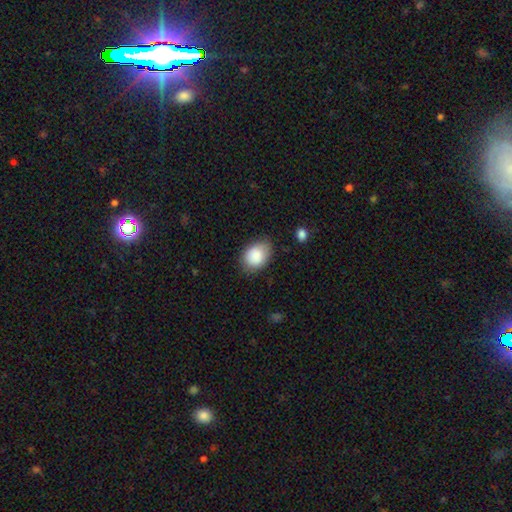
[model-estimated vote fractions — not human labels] The model was most divided on "how rounded": in between: 70%, round: 29%, cigar-shaped: 1%. More confident: smooth or featured — smooth (87%); merging — none (77%).